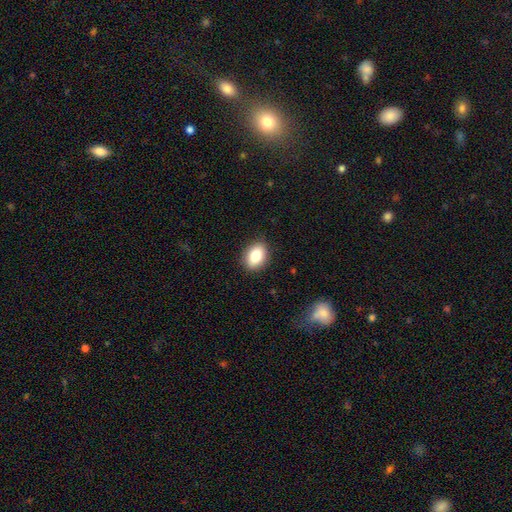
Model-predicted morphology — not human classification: This appears to be a smooth galaxy with no disk features (83%) that is in between round and cigar-shaped (76%). Merging: none (88%).